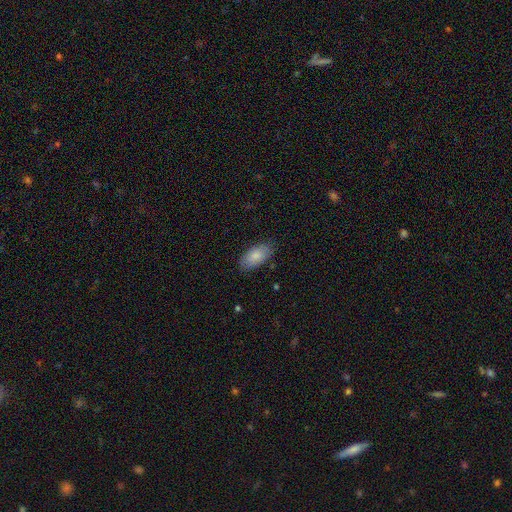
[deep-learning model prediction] Smooth or featured? Predicted: smooth (p=0.85). How rounded? Predicted: in between (p=0.93). Merging? Predicted: none (p=0.84).